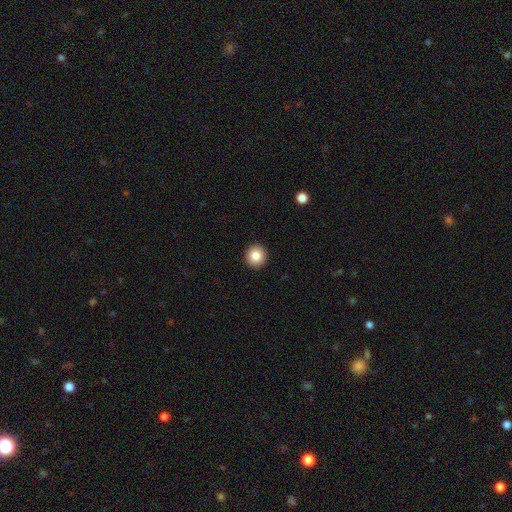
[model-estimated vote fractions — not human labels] Overall: smooth (84%). How rounded: round (93%). Merging: none (93%).